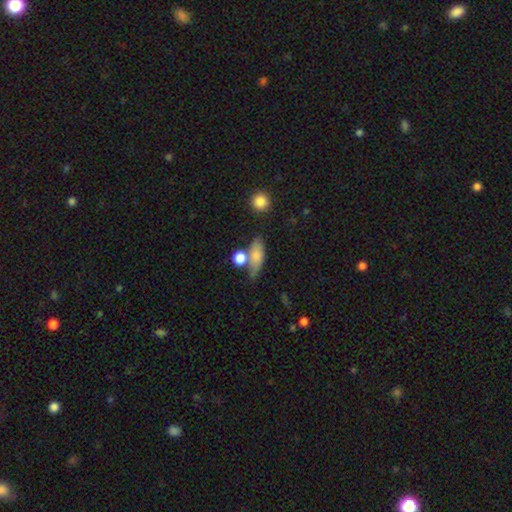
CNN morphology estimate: Smooth or featured: smooth — 74% (featured or disk — 18%)
How rounded: in between — 64% (cigar-shaped — 24%)
Merging: none — 51% (merger — 21%)